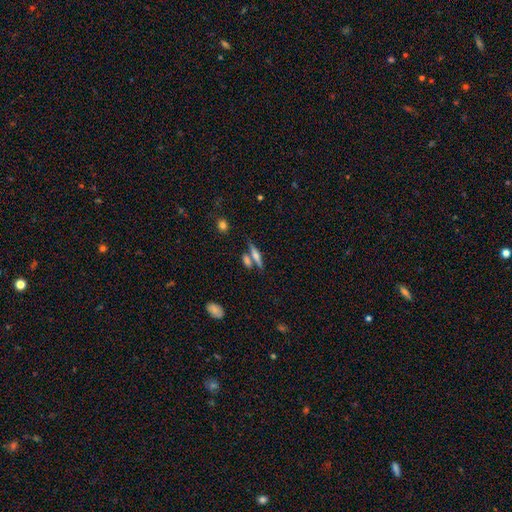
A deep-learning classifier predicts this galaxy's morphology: This appears to be a smooth galaxy with no disk features (50%) that is cigar-shaped (74%). Merging: none (57%).